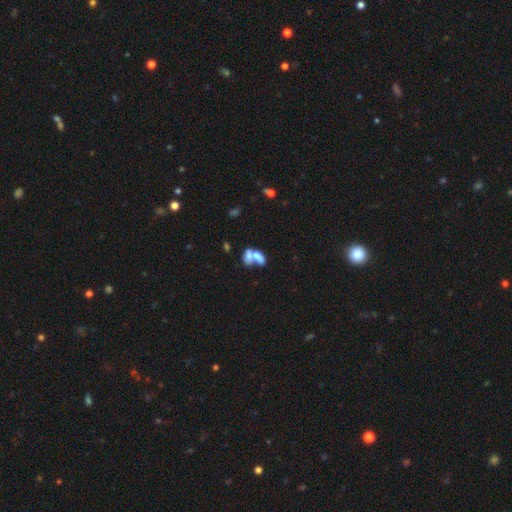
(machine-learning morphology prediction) type=smooth (60%); roundness=in between (80%); merging=merger (74%).